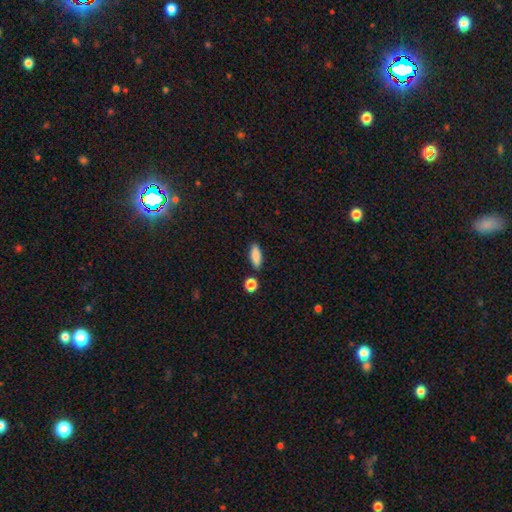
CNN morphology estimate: Overall: smooth (86%). How rounded: in between (65%; cigar-shaped 32%). Merging: none (82%).